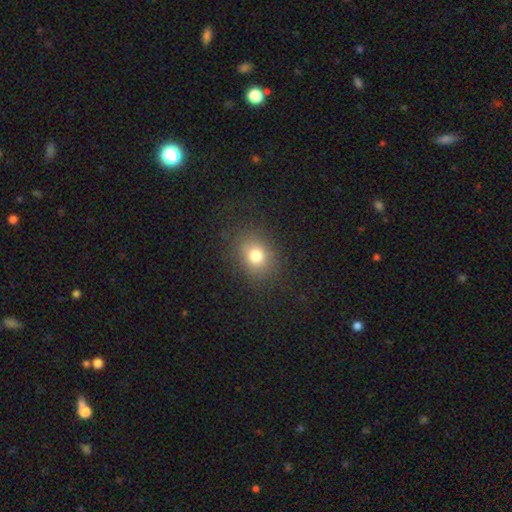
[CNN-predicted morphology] A smooth galaxy with no disk features (76%) that is round (60%). Merging: none (83%).